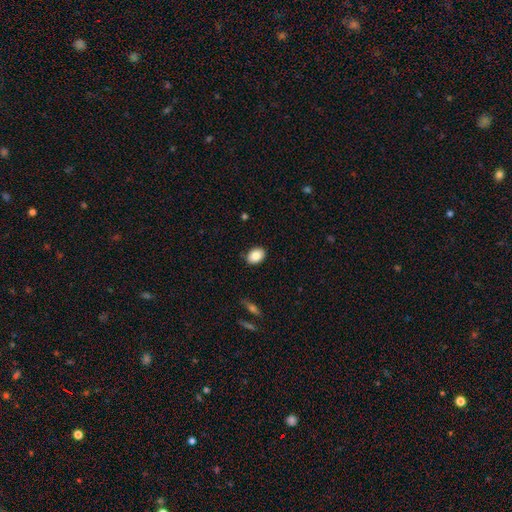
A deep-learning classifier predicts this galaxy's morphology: Q: Smooth or featured?
A: smooth (86%); runner-up: star or artifact (8%)
Q: How rounded?
A: in between (76%); runner-up: round (23%)
Q: Merging?
A: none (86%); runner-up: minor disturbance (11%)